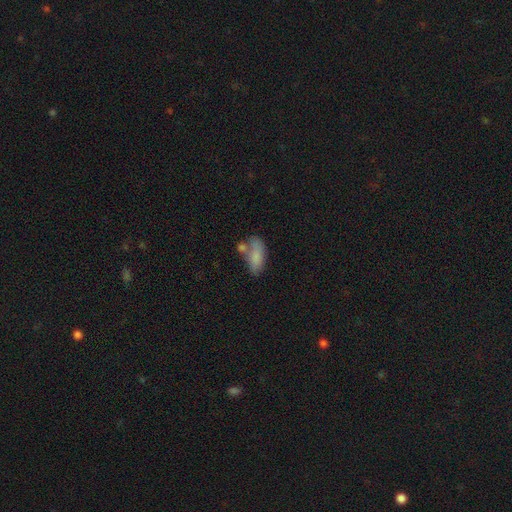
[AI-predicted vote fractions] A smooth galaxy with no disk features (79%) that is in between round and cigar-shaped (83%). Merging: none (46%).